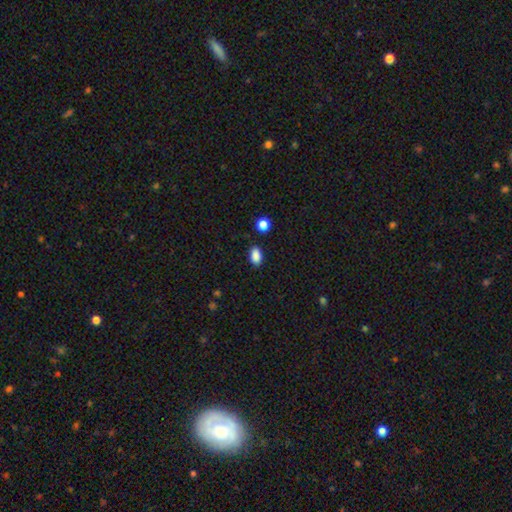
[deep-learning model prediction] smooth_or_featured: smooth (p=0.88) [alt: star or artifact p=0.09]
how_rounded: in between (p=0.88) [alt: round p=0.10]
merging: none (p=0.87) [alt: minor disturbance p=0.09]